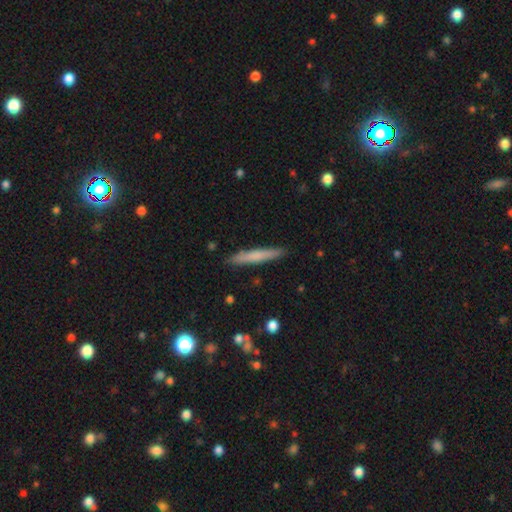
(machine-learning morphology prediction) Q: Smooth or featured?
A: smooth (67%); runner-up: featured or disk (27%)
Q: How rounded?
A: cigar-shaped (95%); runner-up: in between (4%)
Q: Merging?
A: none (90%); runner-up: minor disturbance (7%)